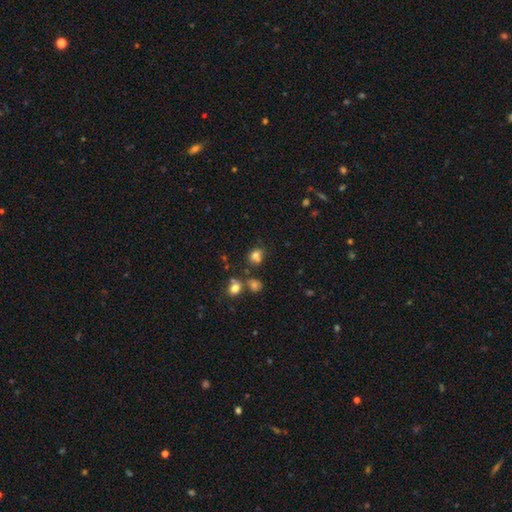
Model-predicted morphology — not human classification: type=smooth (75%); roundness=round (61%); merging=none (58%).